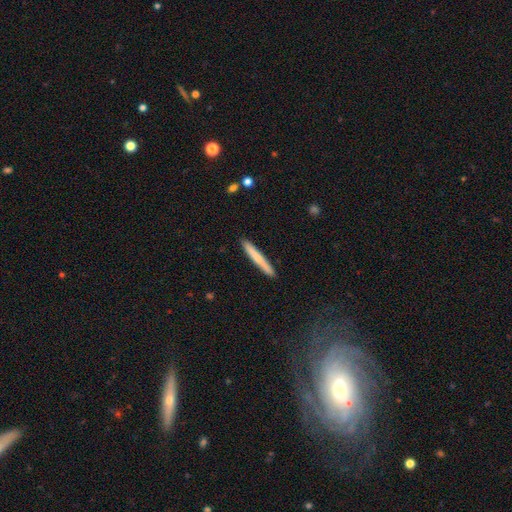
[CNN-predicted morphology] Smooth or featured?
  - smooth: 58% *
  - featured or disk: 35%
  - star or artifact: 7%
How rounded?
  - cigar-shaped: 96% *
  - in between: 2%
  - round: 2%
Merging?
  - none: 90% *
  - minor disturbance: 7%
  - major disturbance: 2%
  - merger: 1%